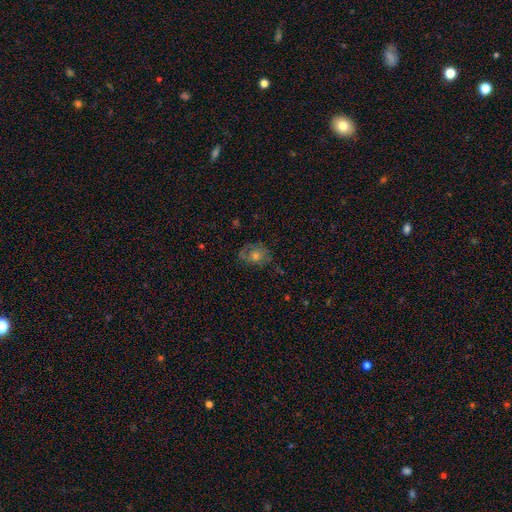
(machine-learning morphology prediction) A featured or disk galaxy (43%).

Vote fractions:
- Smooth or featured? featured or disk: 43% / smooth: 42% / star or artifact: 16%
- Merging? none: 67% / minor disturbance: 21% / major disturbance: 10% / merger: 2%